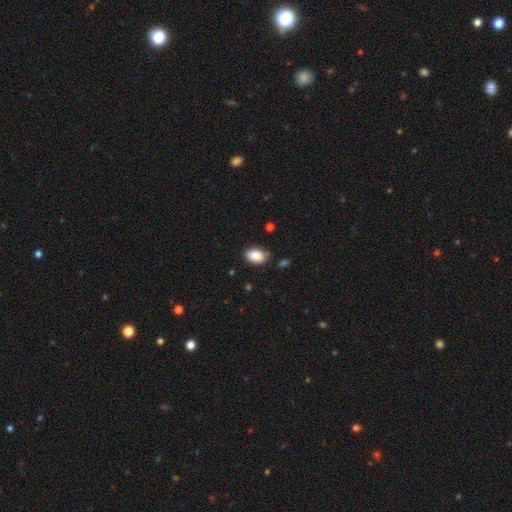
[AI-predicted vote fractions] A smooth galaxy with no disk features (88%) that is in between round and cigar-shaped (87%).

Vote fractions:
- Smooth or featured? smooth: 88% / star or artifact: 7% / featured or disk: 4%
- How rounded? in between: 87% / round: 12% / cigar-shaped: 1%
- Merging? none: 82% / minor disturbance: 13% / major disturbance: 3% / merger: 2%